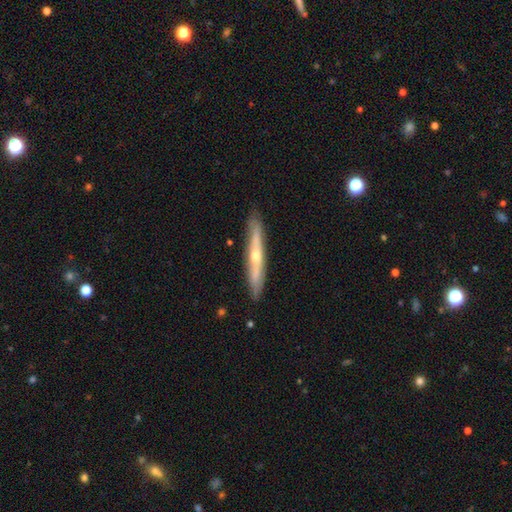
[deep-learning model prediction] Smooth or featured? Predicted: featured or disk (p=0.63). Edge-on disk? Predicted: yes (p=0.88). Edge-on bulge? Predicted: rounded (p=0.78). Merging? Predicted: none (p=0.87).